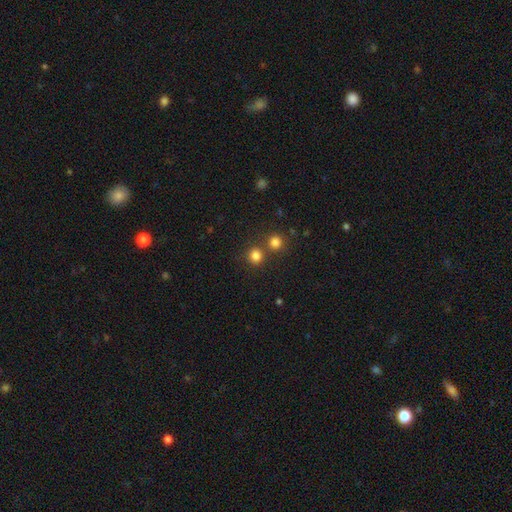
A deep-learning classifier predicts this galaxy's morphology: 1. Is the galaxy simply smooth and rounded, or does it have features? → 80% smooth, 15% star or artifact, 5% featured or disk.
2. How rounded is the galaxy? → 91% round, 8% in between, 1% cigar-shaped.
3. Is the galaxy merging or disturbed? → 71% none, 20% merger, 6% minor disturbance, 2% major disturbance.